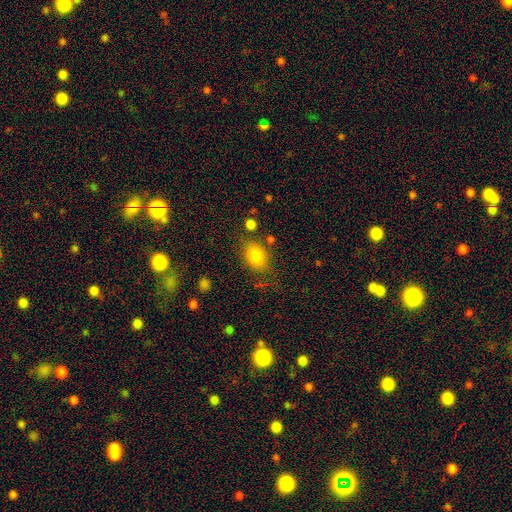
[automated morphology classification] A smooth galaxy with no disk features (82%) that is in between round and cigar-shaped (72%).

Vote fractions:
- Smooth or featured? smooth: 82% / star or artifact: 10% / featured or disk: 8%
- How rounded? in between: 72% / round: 27% / cigar-shaped: 2%
- Merging? none: 69% / minor disturbance: 18% / major disturbance: 7% / merger: 6%